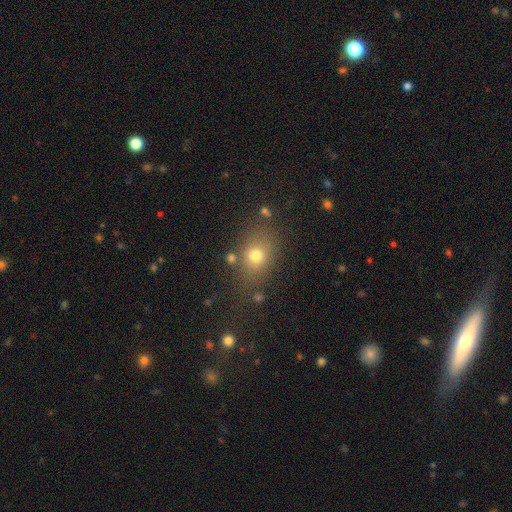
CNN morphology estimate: Q: Smooth or featured?
A: smooth (72%); runner-up: star or artifact (16%)
Q: How rounded?
A: in between (51%); runner-up: round (47%)
Q: Merging?
A: none (72%); runner-up: minor disturbance (15%)